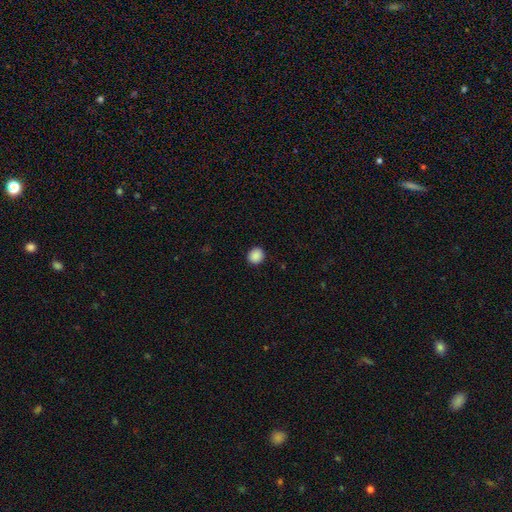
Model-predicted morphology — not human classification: A smooth galaxy with no disk features (89%) that is round (79%). Merging: none (91%).